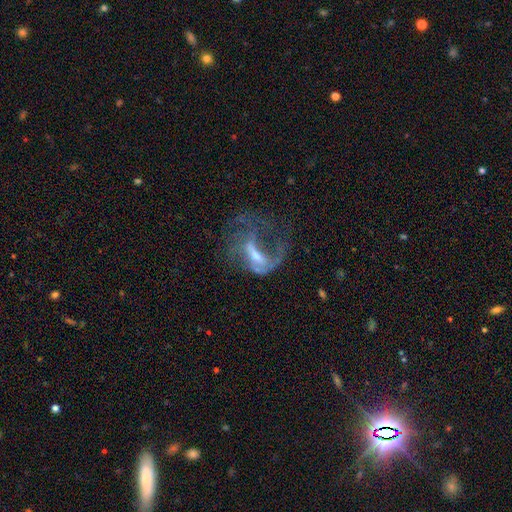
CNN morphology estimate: Q: Smooth or featured?
A: featured or disk (69%); runner-up: smooth (19%)
Q: Edge-on disk?
A: no (94%); runner-up: yes (6%)
Q: Bar?
A: weak (39%); runner-up: no (34%)
Q: Spiral arms?
A: yes (59%); runner-up: no (41%)
Q: Bulge size?
A: moderate (38%); runner-up: small (37%)
Q: Merging?
A: major disturbance (57%); runner-up: none (25%)